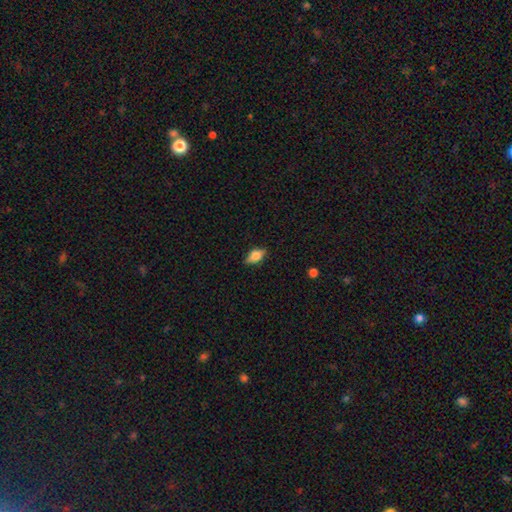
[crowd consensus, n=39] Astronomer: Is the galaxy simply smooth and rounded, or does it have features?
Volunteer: smooth — 62%.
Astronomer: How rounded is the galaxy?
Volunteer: in between — 88%.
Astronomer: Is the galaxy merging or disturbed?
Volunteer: none — 78%.